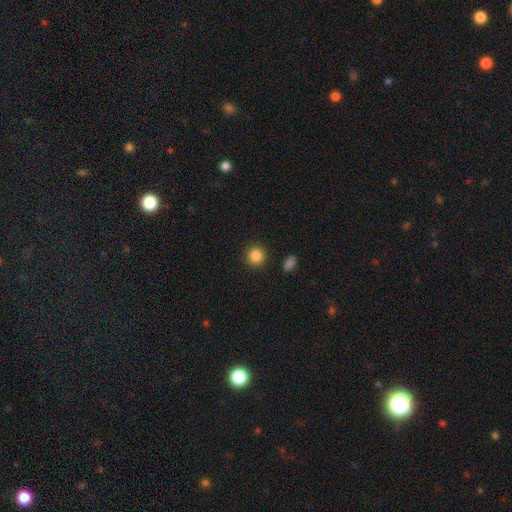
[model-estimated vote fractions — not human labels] smooth-or-featured: smooth: 86% | star or artifact: 10% | featured or disk: 4%
  how-rounded: round: 92% | in between: 7% | cigar-shaped: 1%
  merging: none: 91% | minor disturbance: 5% | major disturbance: 2% | merger: 2%